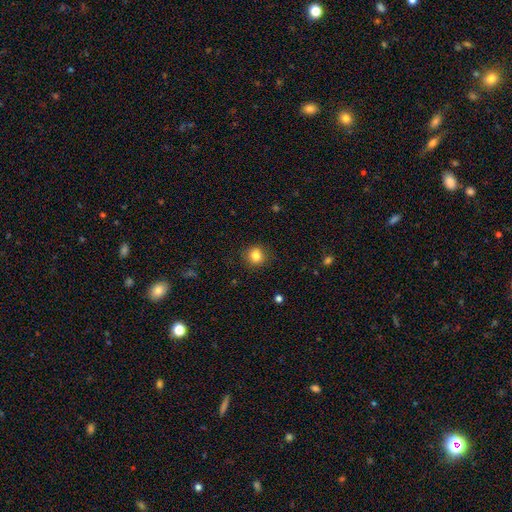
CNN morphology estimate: Smooth or featured?
  - smooth: 83% *
  - star or artifact: 11%
  - featured or disk: 6%
How rounded?
  - round: 89% *
  - in between: 10%
  - cigar-shaped: 1%
Merging?
  - none: 89% *
  - minor disturbance: 7%
  - major disturbance: 2%
  - merger: 1%